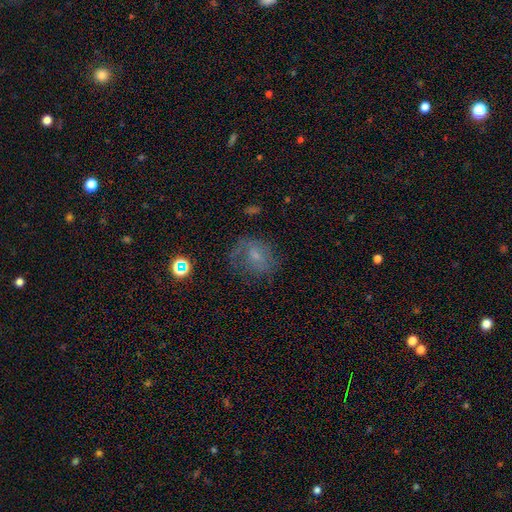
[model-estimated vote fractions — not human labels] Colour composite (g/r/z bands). It shows a smooth galaxy with no disk features (44%). Merging: none (56%).